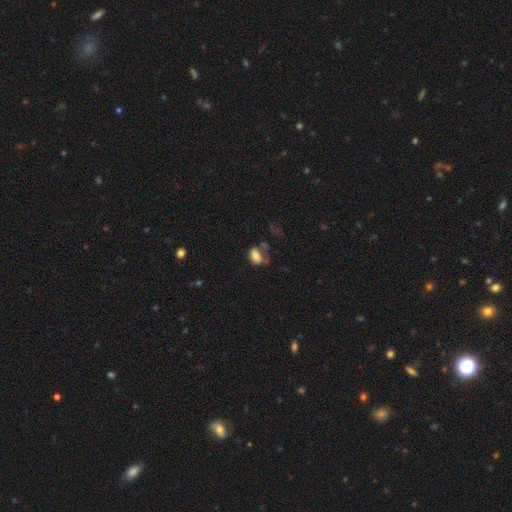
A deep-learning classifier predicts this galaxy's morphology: type=smooth (69%); roundness=in between (84%); merging=none (38%).